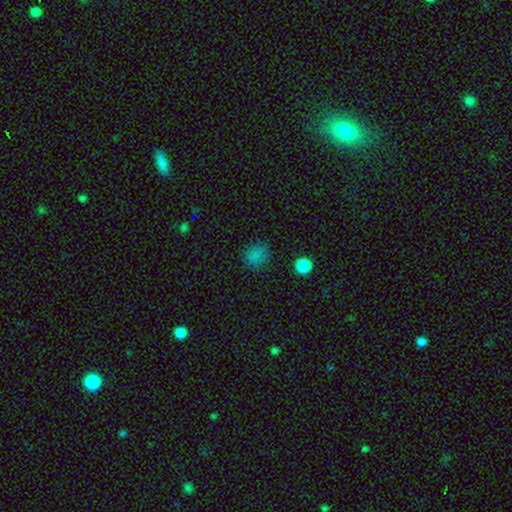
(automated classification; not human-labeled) Q: Smooth or featured?
A: smooth (78%); runner-up: star or artifact (18%)
Q: How rounded?
A: round (84%); runner-up: in between (15%)
Q: Merging?
A: none (80%); runner-up: minor disturbance (14%)